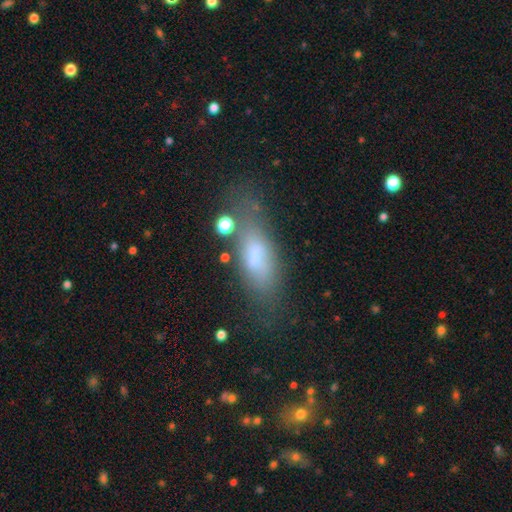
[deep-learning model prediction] smooth-or-featured: smooth: 65% | featured or disk: 24% | star or artifact: 11%
  how-rounded: in between: 60% | cigar-shaped: 36% | round: 3%
  merging: none: 61% | minor disturbance: 21% | major disturbance: 12% | merger: 5%